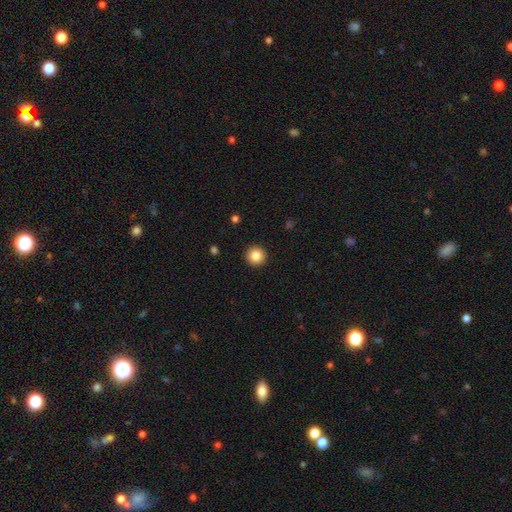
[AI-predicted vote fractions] A smooth galaxy with no disk features (85%) that is round (95%). Merging: none (93%).